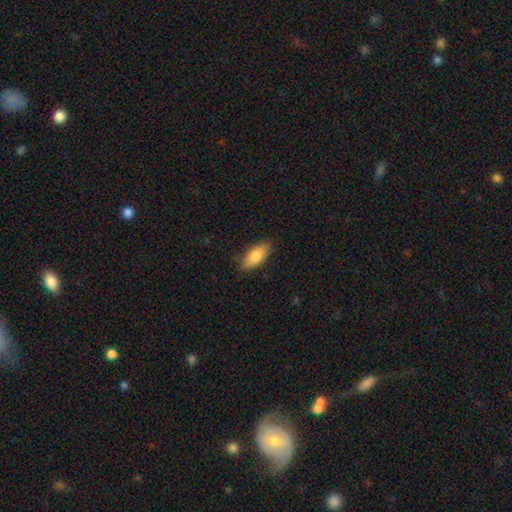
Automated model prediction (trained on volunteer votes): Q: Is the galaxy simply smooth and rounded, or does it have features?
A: smooth — 83%.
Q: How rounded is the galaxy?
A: in between — 82%.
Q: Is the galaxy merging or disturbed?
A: none — 82%.